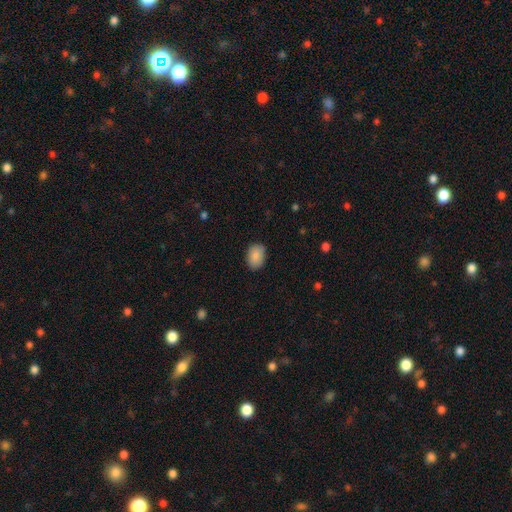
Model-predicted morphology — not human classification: This appears to be a smooth galaxy with no disk features (88%) that is in between round and cigar-shaped (78%). Merging: none (86%).